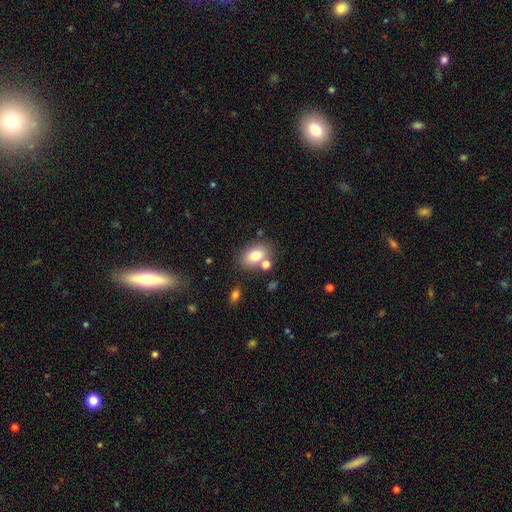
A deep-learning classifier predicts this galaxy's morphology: Smooth or featured? Predicted: smooth (p=0.77). How rounded? Predicted: in between (p=0.81). Merging? Predicted: none (p=0.66).